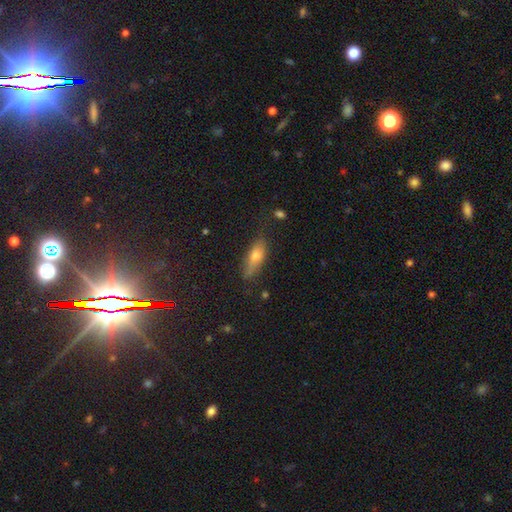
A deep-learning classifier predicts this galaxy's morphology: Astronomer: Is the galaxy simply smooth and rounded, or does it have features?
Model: smooth — 60%.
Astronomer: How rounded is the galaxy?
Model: in between — 56% (runner-up: cigar-shaped, 40%).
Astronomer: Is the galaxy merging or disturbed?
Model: none — 71%.